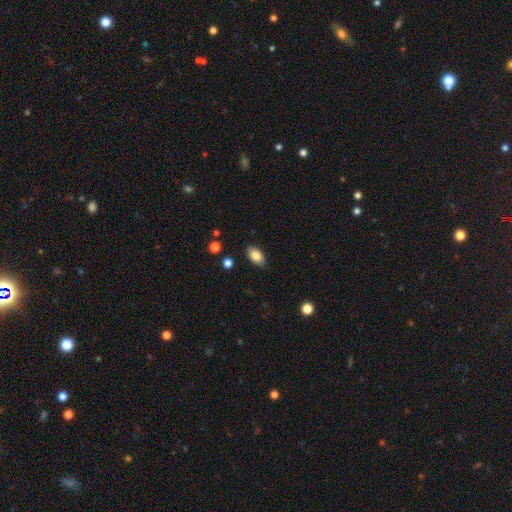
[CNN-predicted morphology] smooth-or-featured: smooth: 83% | featured or disk: 9% | star or artifact: 8%
  how-rounded: in between: 92% | round: 6% | cigar-shaped: 2%
  merging: none: 86% | minor disturbance: 10% | major disturbance: 2% | merger: 1%